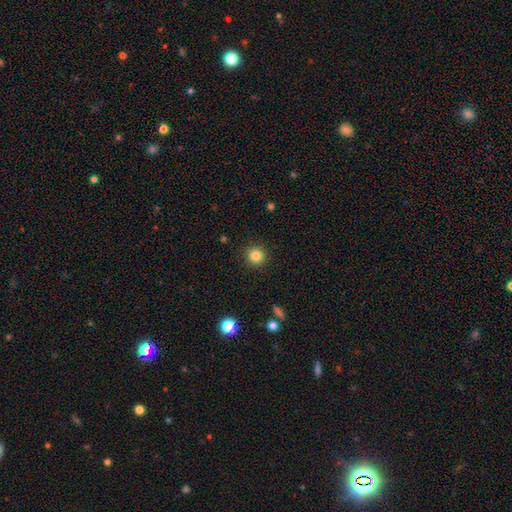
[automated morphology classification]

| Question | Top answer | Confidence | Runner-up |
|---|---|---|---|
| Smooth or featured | smooth | 83% | star or artifact (11%) |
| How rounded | round | 94% | in between (5%) |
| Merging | none | 91% | minor disturbance (6%) |